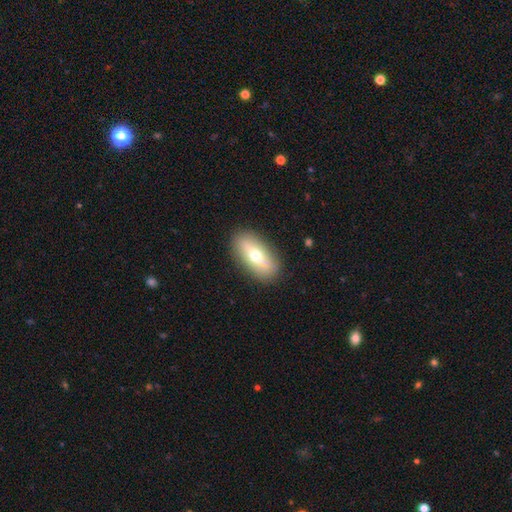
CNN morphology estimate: Overall: smooth (63%; featured or disk 30%). How rounded: in between (85%). Merging: none (88%).